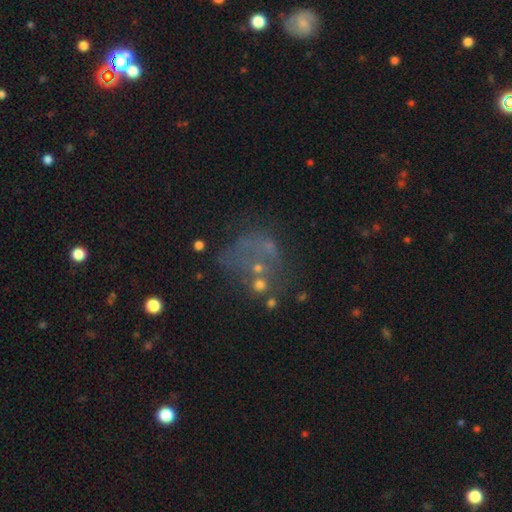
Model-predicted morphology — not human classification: Smooth or featured?
  - featured or disk: 36% *
  - star or artifact: 35%
  - smooth: 29%
Merging?
  - none: 43% *
  - major disturbance: 26%
  - merger: 16%
  - minor disturbance: 15%